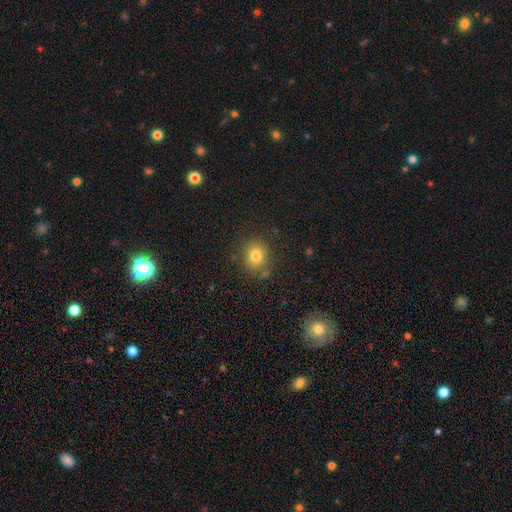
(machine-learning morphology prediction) smooth_or_featured: smooth (p=0.79) [alt: star or artifact p=0.12]
how_rounded: round (p=0.70) [alt: in between p=0.29]
merging: none (p=0.80) [alt: minor disturbance p=0.12]